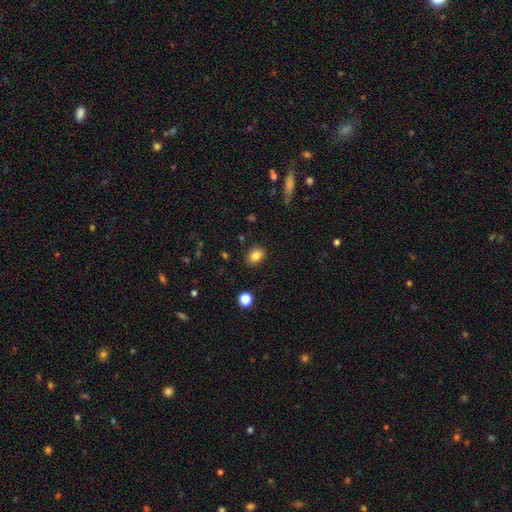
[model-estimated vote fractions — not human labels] Smooth or featured?
  - smooth: 83% *
  - star or artifact: 10%
  - featured or disk: 7%
How rounded?
  - in between: 59% *
  - round: 40%
  - cigar-shaped: 1%
Merging?
  - none: 87% *
  - minor disturbance: 9%
  - major disturbance: 2%
  - merger: 2%